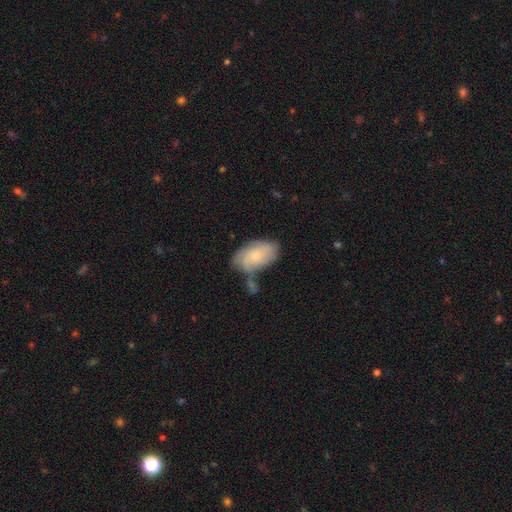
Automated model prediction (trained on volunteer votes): This is possibly a smooth galaxy (57%). How rounded: clearly in between (93%). Merging: possibly none (45%).